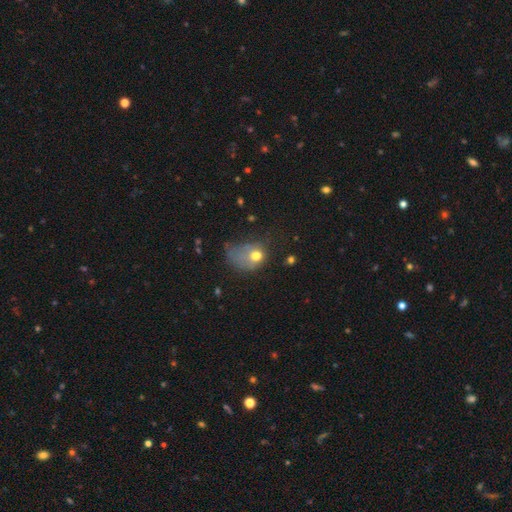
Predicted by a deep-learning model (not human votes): smooth-or-featured: smooth: 66% | featured or disk: 21% | star or artifact: 12%
  how-rounded: in between: 61% | round: 38% | cigar-shaped: 1%
  merging: major disturbance: 53% | minor disturbance: 24% | none: 17% | merger: 6%